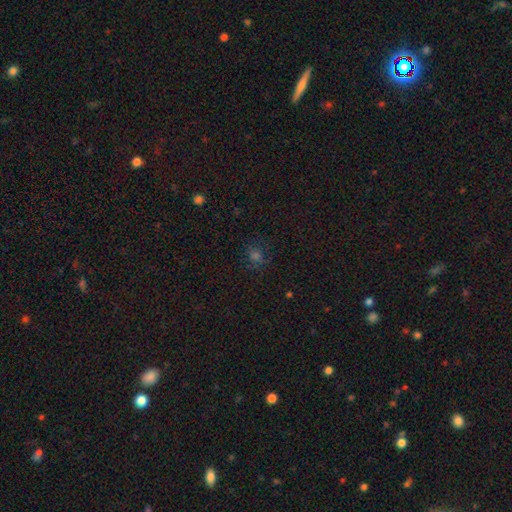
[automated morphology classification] Overall: smooth (52%; star or artifact 37%). How rounded: round (74%). Merging: none (78%).